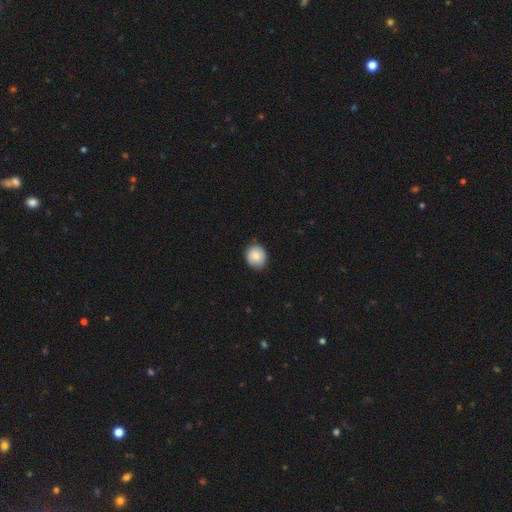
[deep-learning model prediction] Morphology: type=smooth (83%); roundness=round (76%); merging=none (84%).